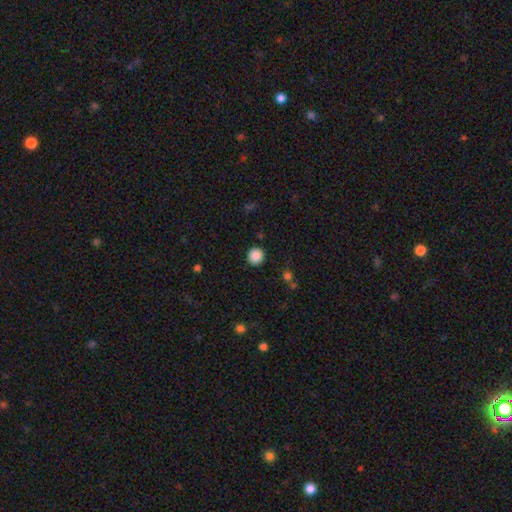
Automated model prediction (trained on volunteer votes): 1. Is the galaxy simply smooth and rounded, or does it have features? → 88% smooth, 9% star or artifact, 3% featured or disk.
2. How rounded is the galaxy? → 92% round, 7% in between, 1% cigar-shaped.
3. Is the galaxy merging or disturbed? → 90% none, 7% minor disturbance, 2% major disturbance, 2% merger.